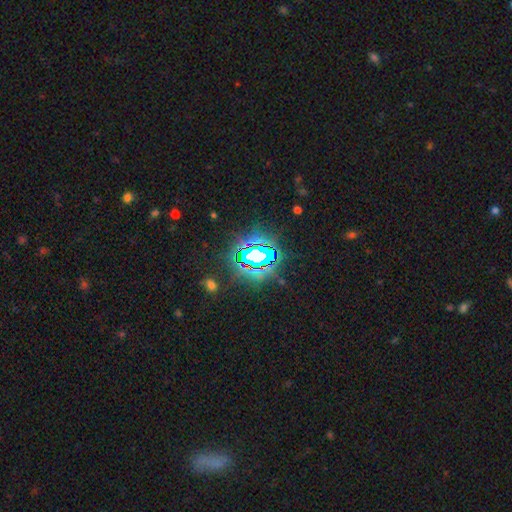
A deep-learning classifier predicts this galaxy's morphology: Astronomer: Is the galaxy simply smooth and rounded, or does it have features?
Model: star or artifact — 80%.